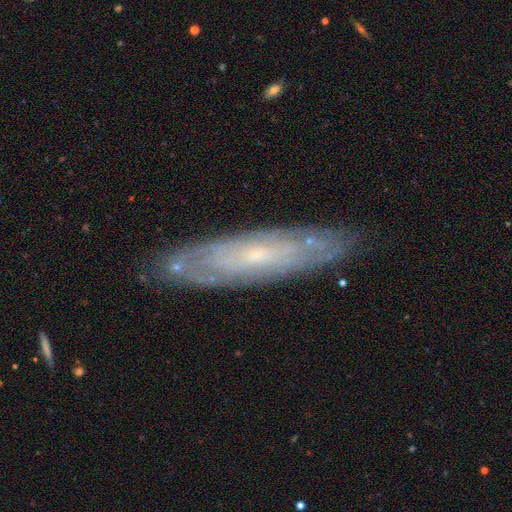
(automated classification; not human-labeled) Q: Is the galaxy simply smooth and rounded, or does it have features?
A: featured or disk — 73%.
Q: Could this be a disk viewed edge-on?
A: no — 63%.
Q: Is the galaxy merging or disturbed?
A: none — 84%.